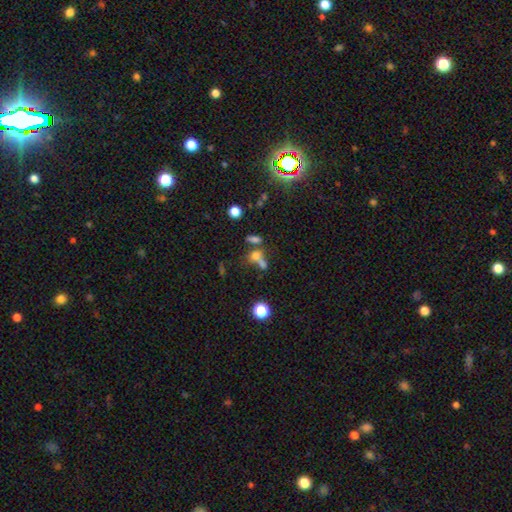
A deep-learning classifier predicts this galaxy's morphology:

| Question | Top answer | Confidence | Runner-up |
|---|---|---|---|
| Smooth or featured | smooth | 63% | star or artifact (20%) |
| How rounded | round | 48% | in between (47%) |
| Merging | merger | 49% | none (34%) |